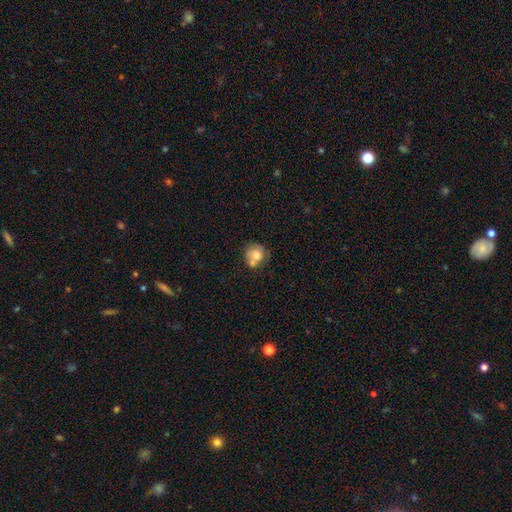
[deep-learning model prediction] A smooth galaxy with no disk features (68%) that is round (80%).

Vote fractions:
- Smooth or featured? smooth: 68% / featured or disk: 23% / star or artifact: 8%
- How rounded? round: 80% / in between: 19% / cigar-shaped: 1%
- Merging? none: 39% / merger: 37% / minor disturbance: 17% / major disturbance: 7%